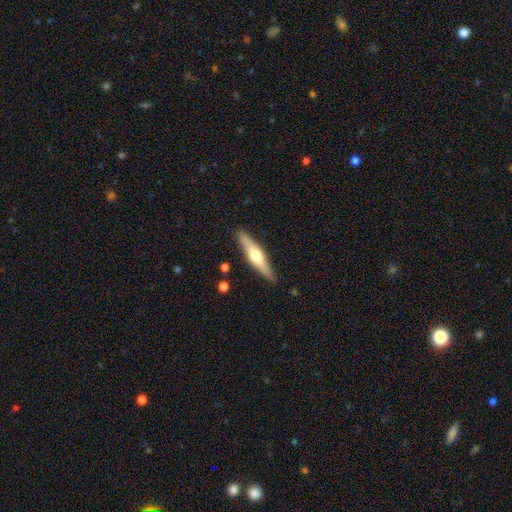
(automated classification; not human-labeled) smooth-or-featured: featured or disk: 59% | smooth: 36% | star or artifact: 5%
  disk-edge-on: yes: 95% | no: 5%
    edge-on-bulge: rounded: 91% | none: 4% | boxy: 4%
  merging: none: 88% | minor disturbance: 9% | major disturbance: 2% | merger: 1%